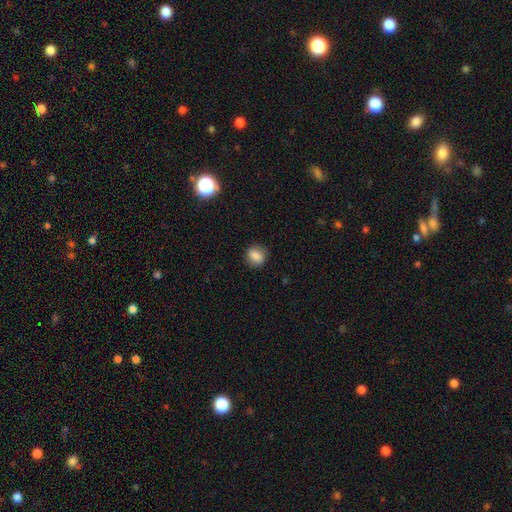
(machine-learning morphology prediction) Smooth or featured? smooth (84%)
How rounded? round (59%)
Merging? none (84%)